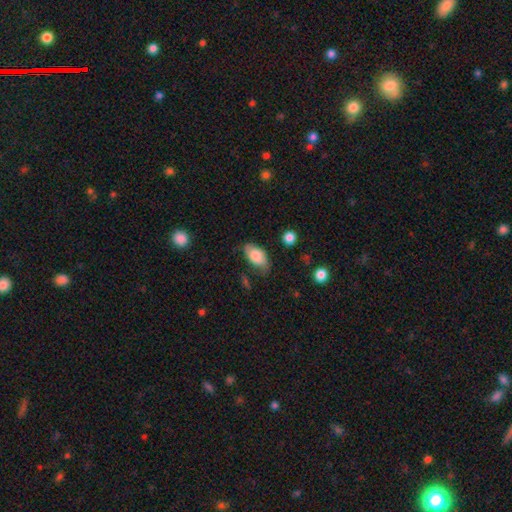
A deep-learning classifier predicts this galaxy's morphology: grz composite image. It shows a smooth galaxy with no disk features (74%) that is in between round and cigar-shaped (93%). Merging: none (58%).